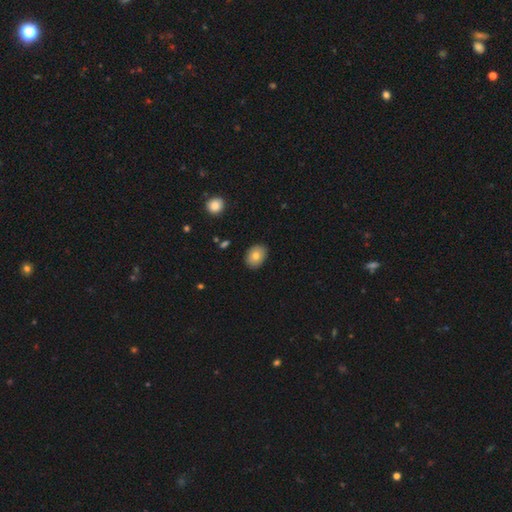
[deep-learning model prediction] smooth-or-featured: smooth: 78% | featured or disk: 13% | star or artifact: 9%
  how-rounded: in between: 66% | round: 33% | cigar-shaped: 1%
  merging: none: 88% | minor disturbance: 9% | major disturbance: 2% | merger: 1%